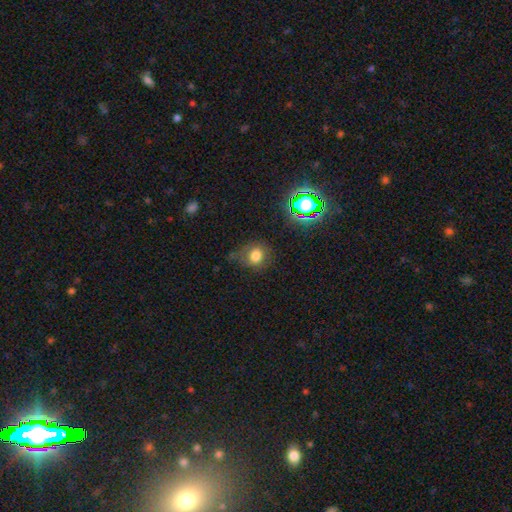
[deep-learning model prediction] This is likely a smooth galaxy (73%). How rounded: likely round (71%). Merging: likely none (62%).